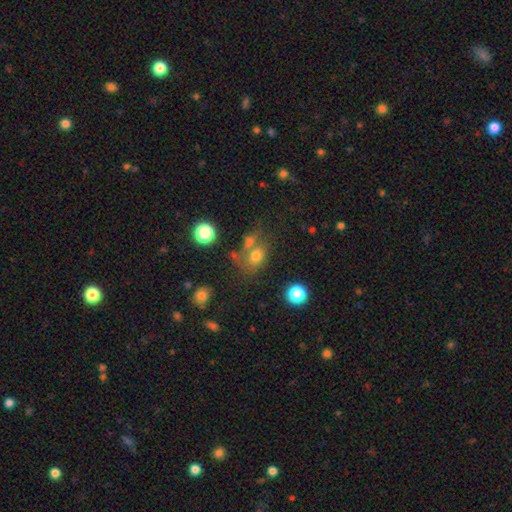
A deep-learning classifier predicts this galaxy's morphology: smooth-or-featured: smooth: 69% | star or artifact: 18% | featured or disk: 12%
  how-rounded: in between: 54% | round: 45% | cigar-shaped: 2%
  merging: none: 47% | merger: 27% | minor disturbance: 16% | major disturbance: 10%